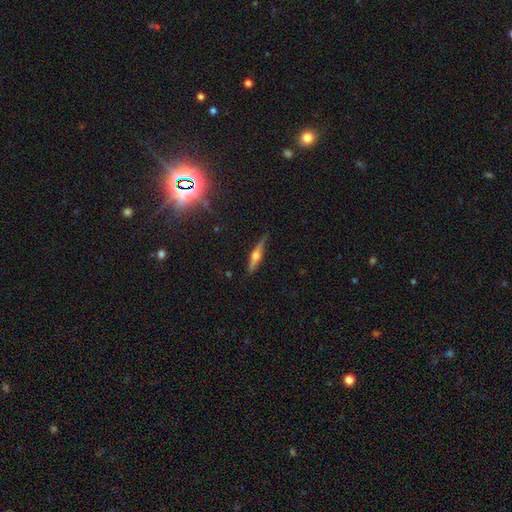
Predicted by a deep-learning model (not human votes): smooth-or-featured: featured or disk: 67% | smooth: 26% | star or artifact: 7%
  disk-edge-on: yes: 97% | no: 3%
    edge-on-bulge: rounded: 92% | boxy: 5% | none: 3%
  merging: none: 84% | minor disturbance: 12% | major disturbance: 2% | merger: 1%